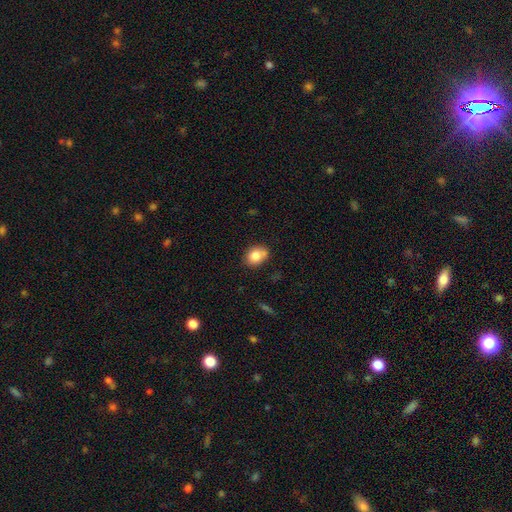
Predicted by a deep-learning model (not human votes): smooth-or-featured: smooth: 81% | featured or disk: 10% | star or artifact: 9%
  how-rounded: in between: 52% | round: 47% | cigar-shaped: 1%
  merging: none: 65% | minor disturbance: 21% | merger: 10% | major disturbance: 5%